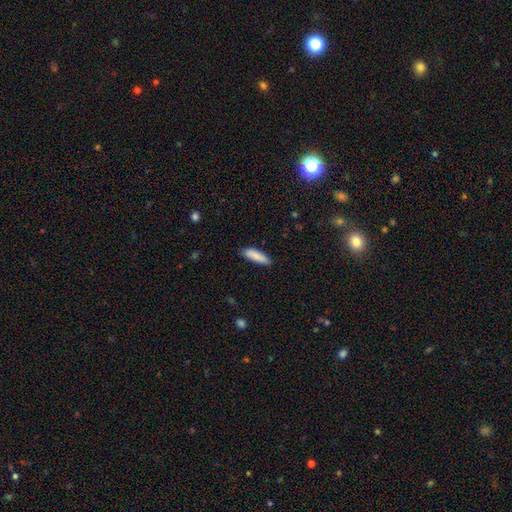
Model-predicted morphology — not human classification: Smooth or featured?
  - smooth: 85% *
  - featured or disk: 9%
  - star or artifact: 6%
How rounded?
  - cigar-shaped: 59% *
  - in between: 39%
  - round: 2%
Merging?
  - none: 84% *
  - minor disturbance: 12%
  - major disturbance: 2%
  - merger: 1%